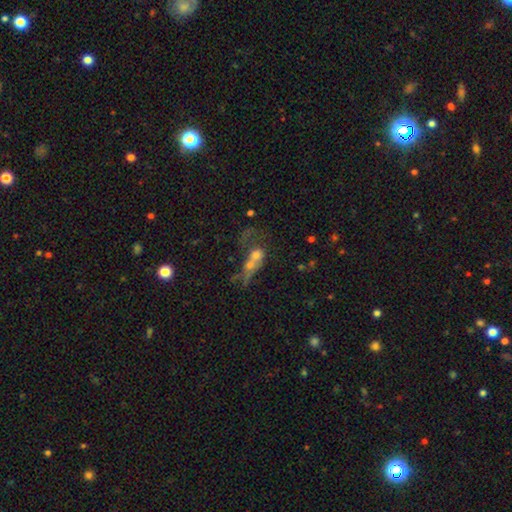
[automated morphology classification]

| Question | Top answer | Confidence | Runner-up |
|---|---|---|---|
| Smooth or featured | smooth | 49% | featured or disk (35%) |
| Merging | merger | 65% | major disturbance (15%) |